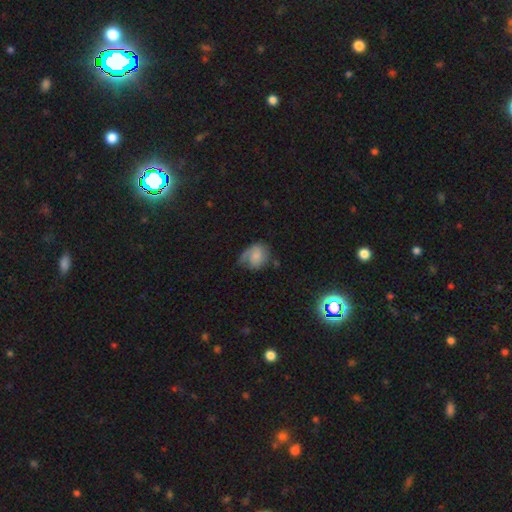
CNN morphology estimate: This is possibly a smooth galaxy (48%). Merging: marginally none (44%).